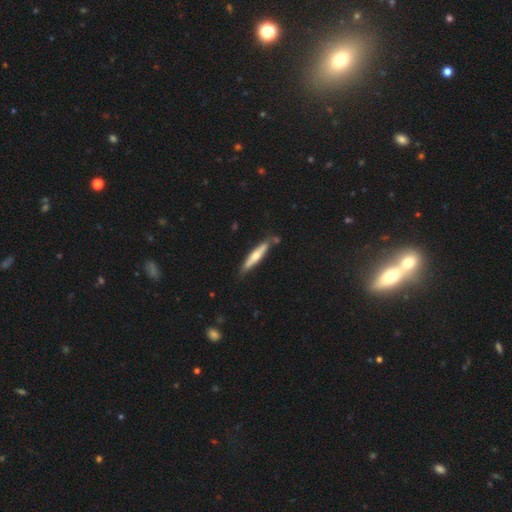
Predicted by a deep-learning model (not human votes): This is possibly a smooth galaxy (49%). Merging: likely none (78%).